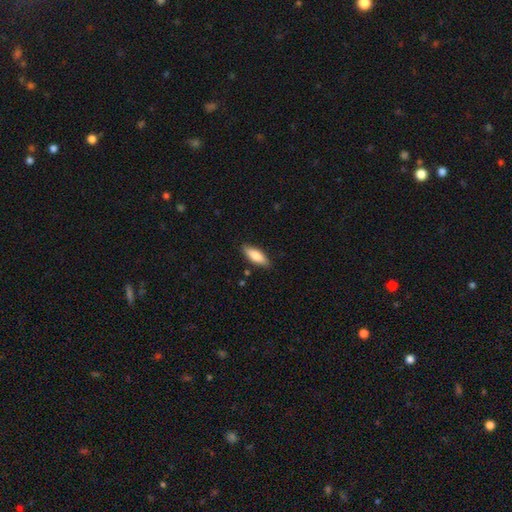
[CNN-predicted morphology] The model was most divided on "how rounded": in between: 64%, cigar-shaped: 34%, round: 2%. More confident: merging — none (85%); smooth or featured — smooth (79%).